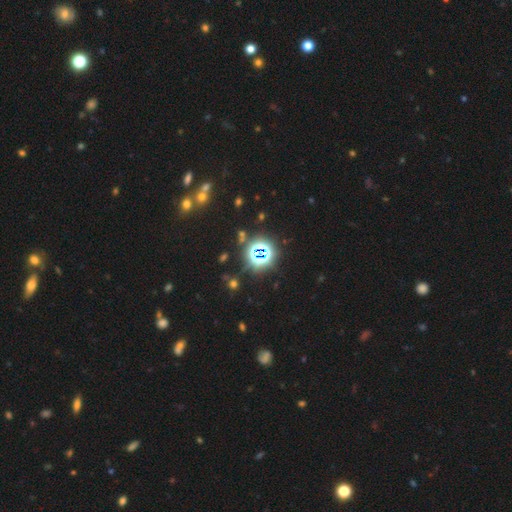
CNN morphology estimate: A star or artifact, not a galaxy (76%).

Vote fractions:
- Smooth or featured? star or artifact: 76% / smooth: 17% / featured or disk: 7%